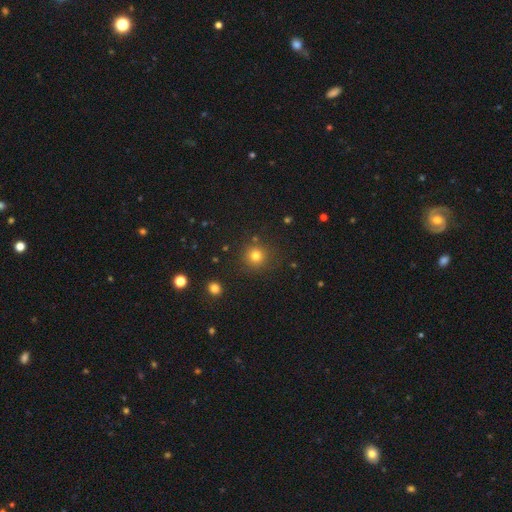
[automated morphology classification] Q: Smooth or featured?
A: smooth (78%); runner-up: star or artifact (16%)
Q: How rounded?
A: round (93%); runner-up: in between (6%)
Q: Merging?
A: none (87%); runner-up: minor disturbance (7%)